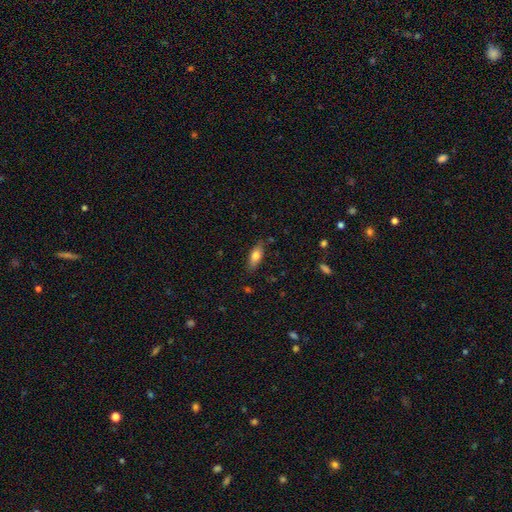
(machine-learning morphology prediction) This is likely a smooth galaxy (74%). How rounded: likely in between (76%). Merging: clearly none (81%).